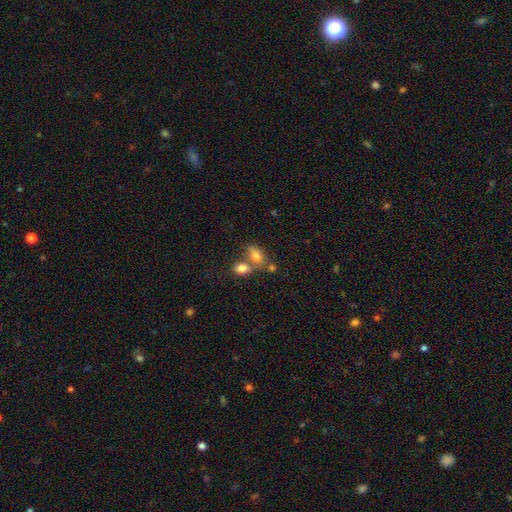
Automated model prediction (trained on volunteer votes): Smooth or featured? Predicted: smooth (p=0.78). How rounded? Predicted: in between (p=0.85). Merging? Predicted: merger (p=0.44).